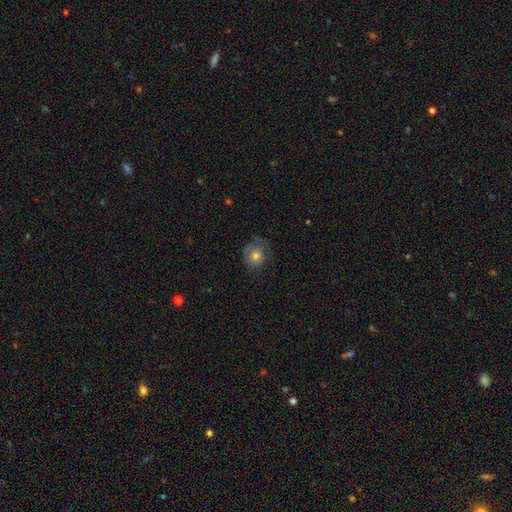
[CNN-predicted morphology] The model was most divided on "smooth or featured": smooth: 65%, featured or disk: 25%, star or artifact: 10%. More confident: how rounded — round (73%); merging — none (66%).